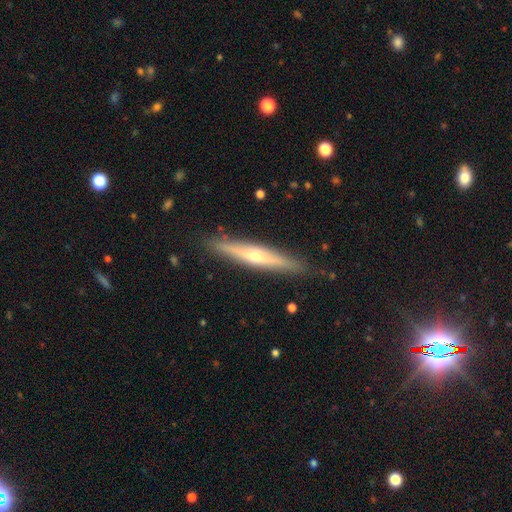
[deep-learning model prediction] Overall: featured or disk (65%; smooth 29%). Edge-on disk: yes (95%). Edge-on bulge: rounded (80%). Merging: none (87%).